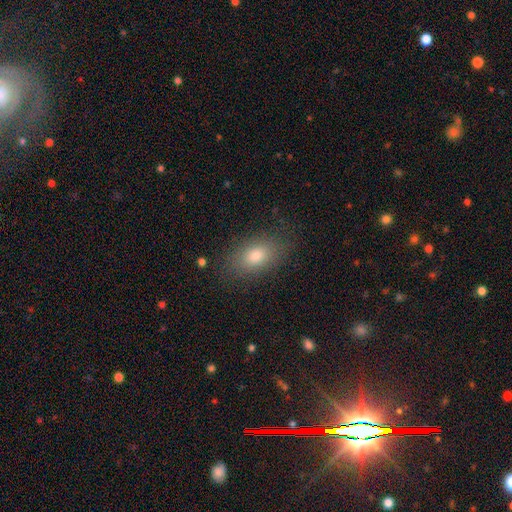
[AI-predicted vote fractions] A smooth galaxy with no disk features (79%) that is in between round and cigar-shaped (87%).

Vote fractions:
- Smooth or featured? smooth: 79% / featured or disk: 11% / star or artifact: 9%
- How rounded? in between: 87% / round: 9% / cigar-shaped: 3%
- Merging? none: 82% / minor disturbance: 12% / major disturbance: 4% / merger: 1%